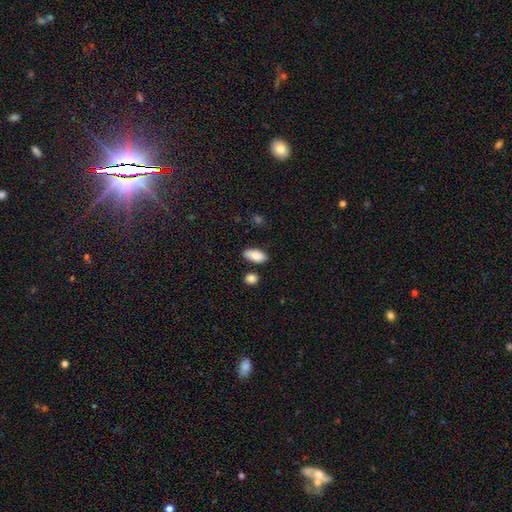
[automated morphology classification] smooth-or-featured: smooth: 83% | featured or disk: 10% | star or artifact: 7%
  how-rounded: in between: 91% | cigar-shaped: 5% | round: 3%
  merging: none: 80% | minor disturbance: 12% | merger: 6% | major disturbance: 3%